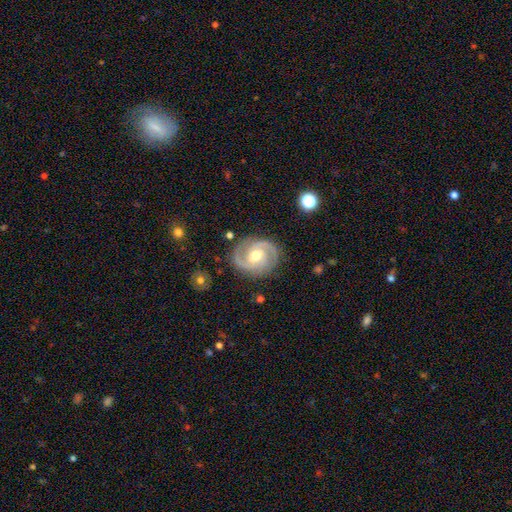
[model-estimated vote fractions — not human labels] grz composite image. It shows a featured or disk galaxy (88%) with no bar (45%), 2 (85%) medium (49%) spiral arms (97%) and a moderate central bulge (73%). Merging: none (83%).